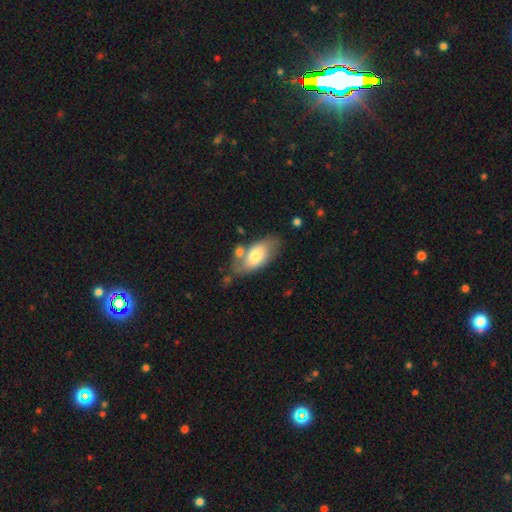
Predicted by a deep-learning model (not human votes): Smooth or featured: smooth — 67% (featured or disk — 27%)
How rounded: in between — 92% (cigar-shaped — 5%)
Merging: none — 58% (minor disturbance — 20%)